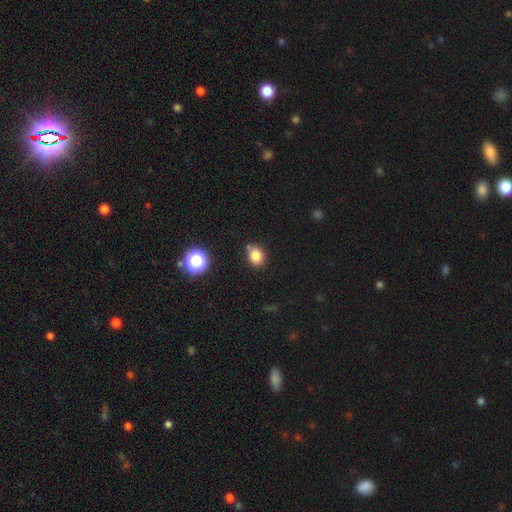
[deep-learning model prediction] A smooth galaxy with no disk features (81%) that is round (51%).

Vote fractions:
- Smooth or featured? smooth: 81% / star or artifact: 13% / featured or disk: 6%
- How rounded? round: 51% / in between: 48% / cigar-shaped: 1%
- Merging? none: 75% / minor disturbance: 16% / merger: 6% / major disturbance: 3%